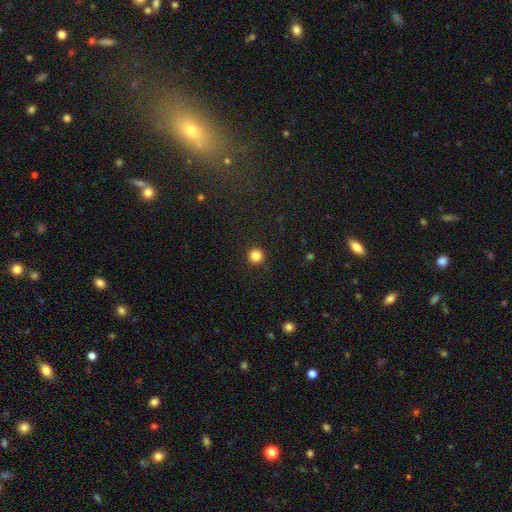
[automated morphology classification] Smooth or featured?
  - smooth: 85% *
  - star or artifact: 12%
  - featured or disk: 3%
How rounded?
  - round: 96% *
  - in between: 3%
  - cigar-shaped: 1%
Merging?
  - none: 93% *
  - minor disturbance: 5%
  - major disturbance: 2%
  - merger: 1%